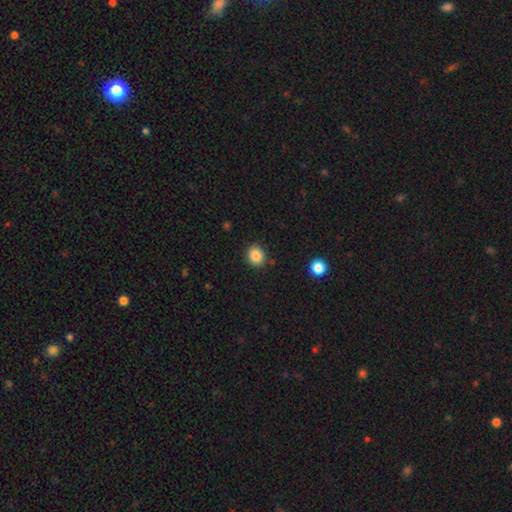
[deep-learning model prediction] Smooth or featured: smooth — 85% (star or artifact — 10%)
How rounded: round — 78% (in between — 21%)
Merging: none — 88% (minor disturbance — 8%)